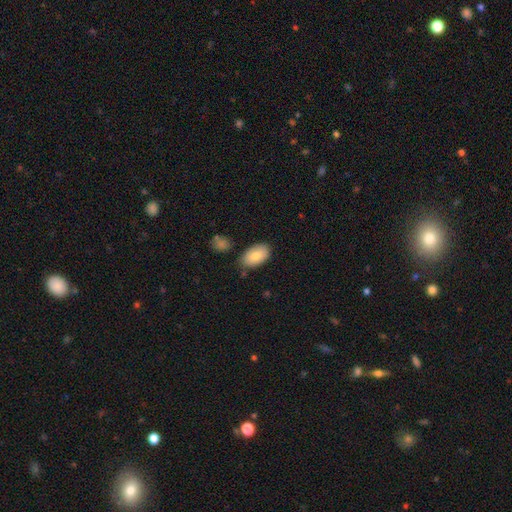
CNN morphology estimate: Q: Smooth or featured?
A: smooth (81%); runner-up: featured or disk (12%)
Q: How rounded?
A: in between (94%); runner-up: round (4%)
Q: Merging?
A: none (77%); runner-up: minor disturbance (16%)